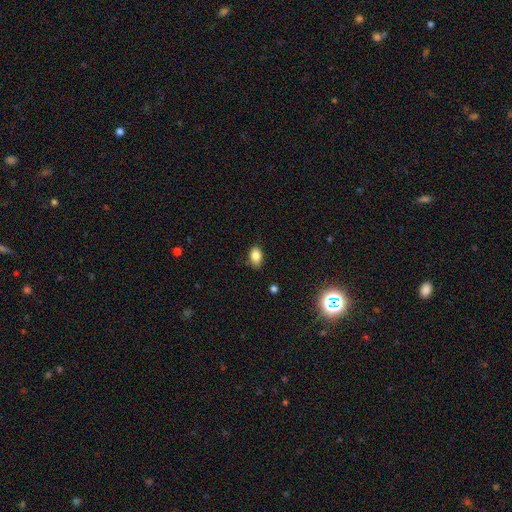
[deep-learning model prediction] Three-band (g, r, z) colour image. It shows a smooth galaxy with no disk features (84%) that is in between round and cigar-shaped (85%). Merging: none (80%).